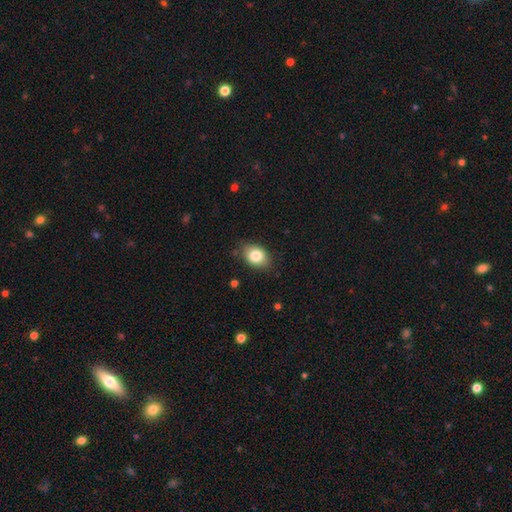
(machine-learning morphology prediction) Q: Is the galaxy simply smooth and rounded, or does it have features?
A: smooth — 82%.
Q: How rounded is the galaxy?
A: in between — 76%.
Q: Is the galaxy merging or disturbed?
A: none — 81%.